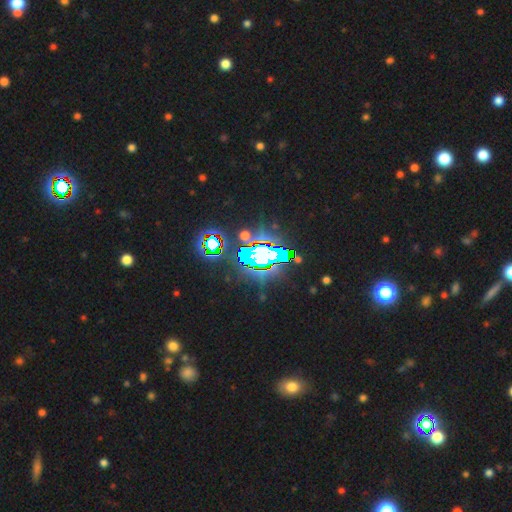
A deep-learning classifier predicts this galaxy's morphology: This appears to be a star or artifact, not a galaxy (82%).